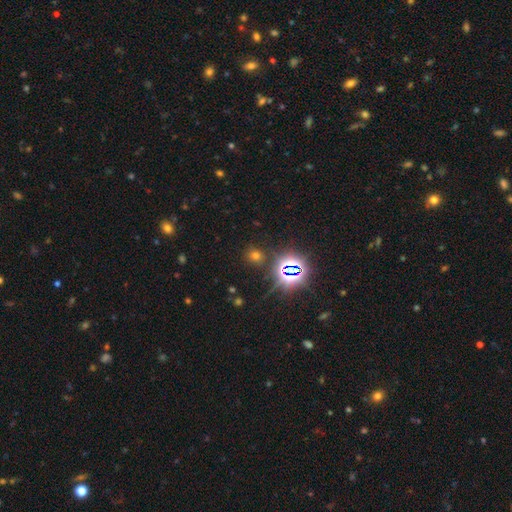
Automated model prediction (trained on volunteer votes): Q: Smooth or featured?
A: smooth (53%); runner-up: star or artifact (39%)
Q: How rounded?
A: round (80%); runner-up: in between (19%)
Q: Merging?
A: none (85%); runner-up: minor disturbance (8%)